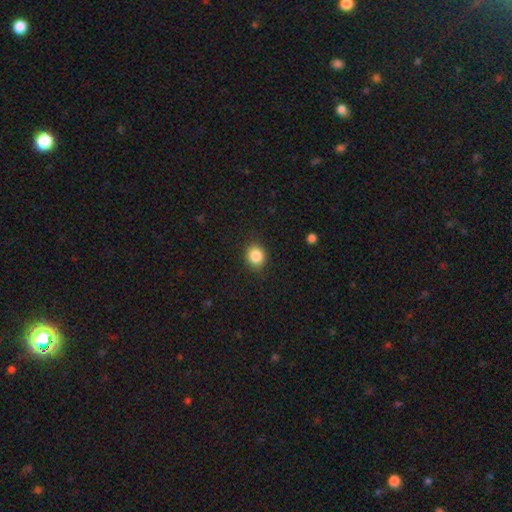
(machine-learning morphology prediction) type=smooth (86%); roundness=round (71%); merging=none (88%).